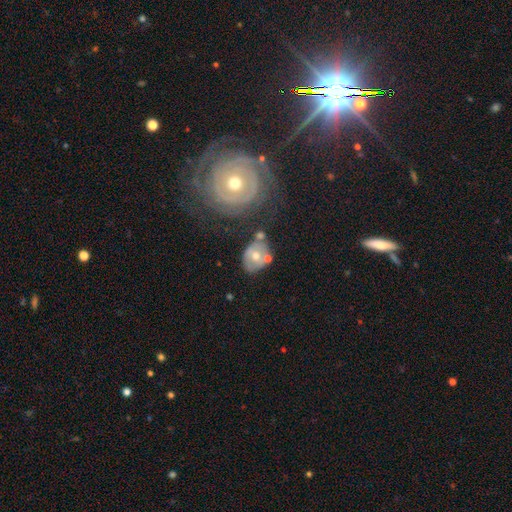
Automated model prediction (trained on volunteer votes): This is possibly a featured or disk galaxy (53%). It is clearly not viewed edge-on (95%). Bar: likely no (71%). Spiral arm pattern: possibly no (56%). Central bulge: likely moderate (72%). Merging: possibly none (52%).